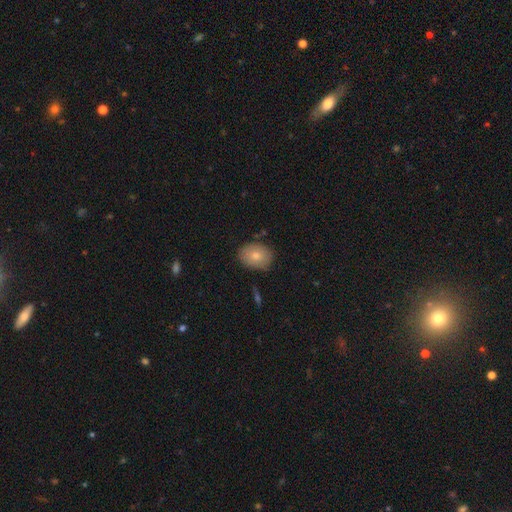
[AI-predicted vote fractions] smooth-or-featured: smooth: 77% | featured or disk: 16% | star or artifact: 7%
  how-rounded: in between: 65% | round: 34% | cigar-shaped: 1%
  merging: none: 83% | minor disturbance: 13% | major disturbance: 3% | merger: 2%